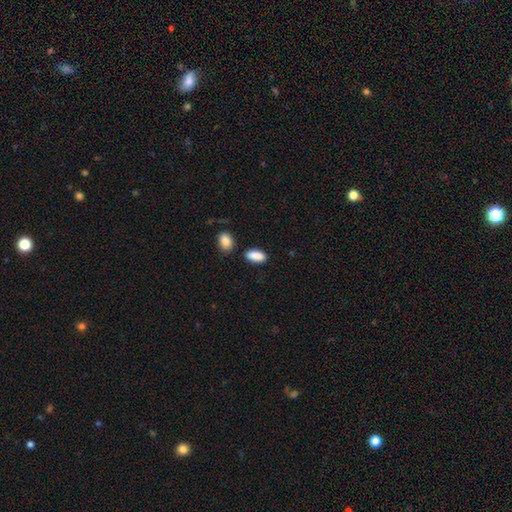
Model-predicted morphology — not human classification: Overall: smooth (89%). How rounded: in between (86%). Merging: none (81%).